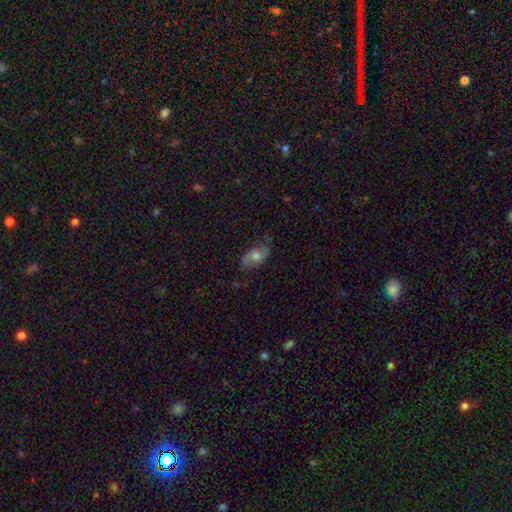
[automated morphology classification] smooth-or-featured: featured or disk: 52% | smooth: 39% | star or artifact: 9%
  disk-edge-on: no: 92% | yes: 8%
  merging: none: 70% | minor disturbance: 21% | major disturbance: 7% | merger: 1%